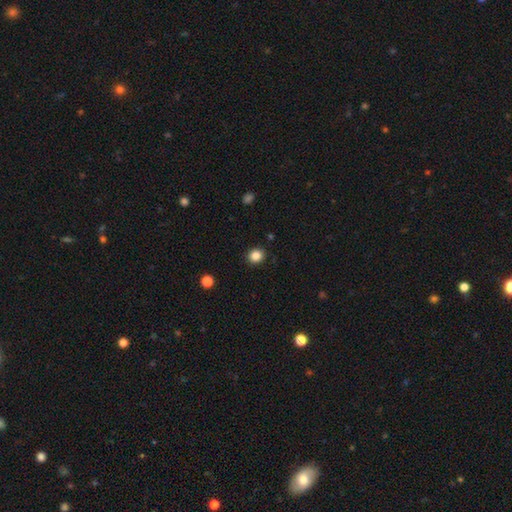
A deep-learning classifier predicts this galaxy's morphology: Smooth or featured? smooth (85%)
How rounded? round (83%)
Merging? none (91%)